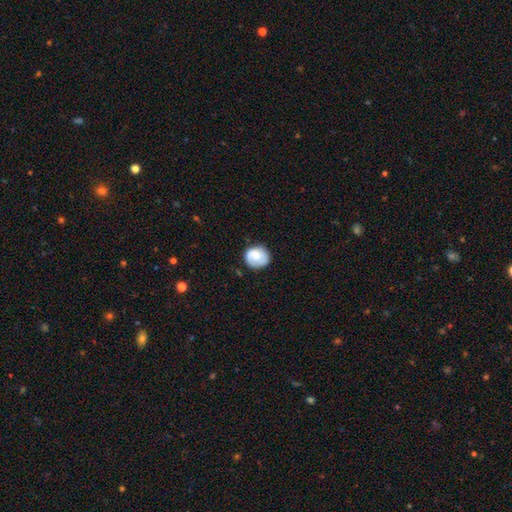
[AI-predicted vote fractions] smooth_or_featured: smooth (p=0.64) [alt: featured or disk p=0.29]
how_rounded: round (p=0.80) [alt: in between p=0.20]
merging: none (p=0.74) [alt: minor disturbance p=0.19]